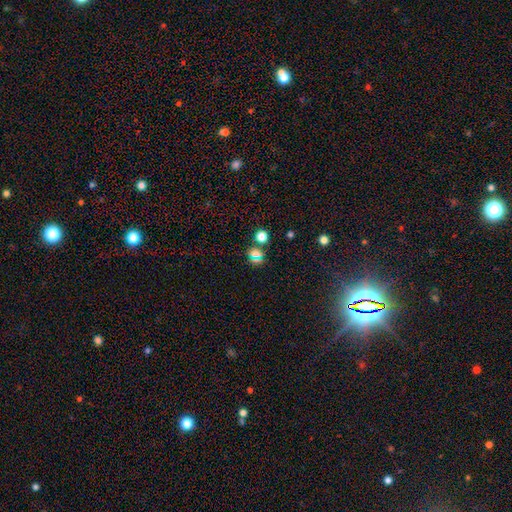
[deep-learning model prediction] Smooth or featured? smooth (50%)
Merging? none (78%)